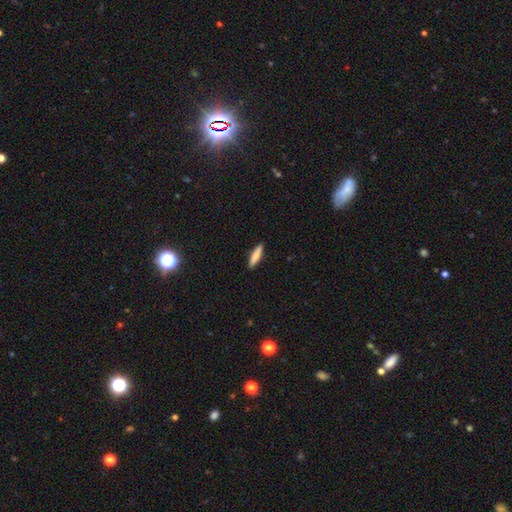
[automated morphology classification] smooth_or_featured: smooth (p=0.72) [alt: featured or disk p=0.22]
how_rounded: cigar-shaped (p=0.77) [alt: in between p=0.22]
merging: none (p=0.91) [alt: minor disturbance p=0.07]